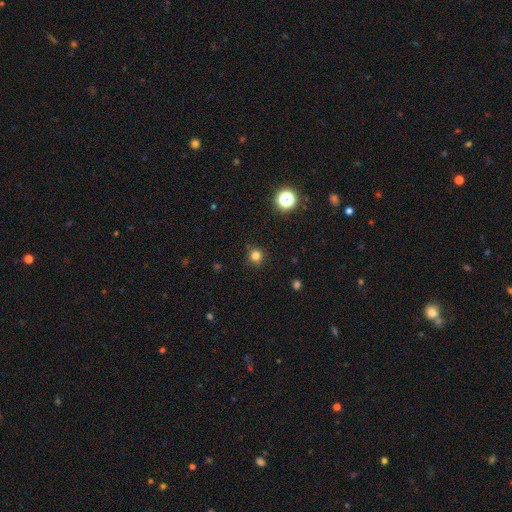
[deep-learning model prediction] This is likely a smooth galaxy (79%). How rounded: clearly round (92%). Merging: clearly none (88%).